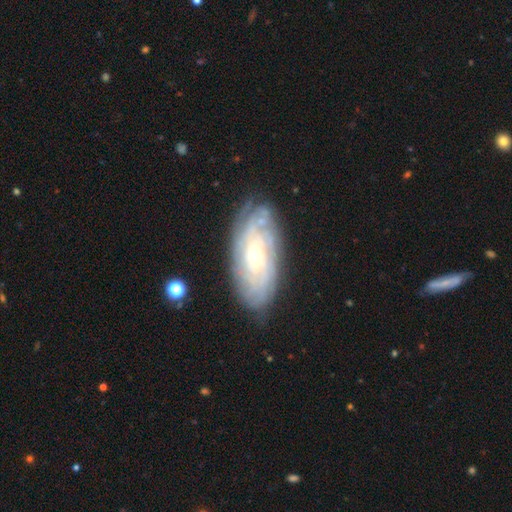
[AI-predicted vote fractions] smooth-or-featured: featured or disk: 77% | smooth: 17% | star or artifact: 6%
  disk-edge-on: no: 91% | yes: 9%
    bar: no: 74% | weak: 21% | strong: 5%
    has-spiral-arms: yes: 91% | no: 9%
      spiral-winding: tight: 79% | medium: 17% | loose: 5%
      spiral-arm-count: can't tell: 55% | more than 4: 13% | 4: 13% | 3: 7% | 2: 7% | 1: 4%
    bulge-size: small: 62% | moderate: 33% | large: 2% | none: 1% | dominant: 1%
  merging: none: 79% | minor disturbance: 15% | major disturbance: 4% | merger: 2%